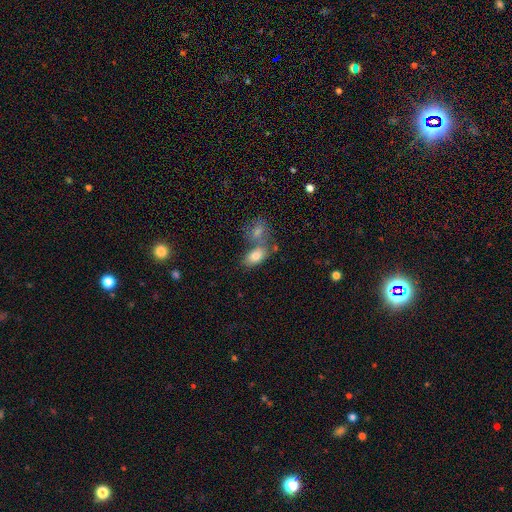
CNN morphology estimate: A smooth galaxy with no disk features (80%) that is in between round and cigar-shaped (90%). Merging: none (43%).